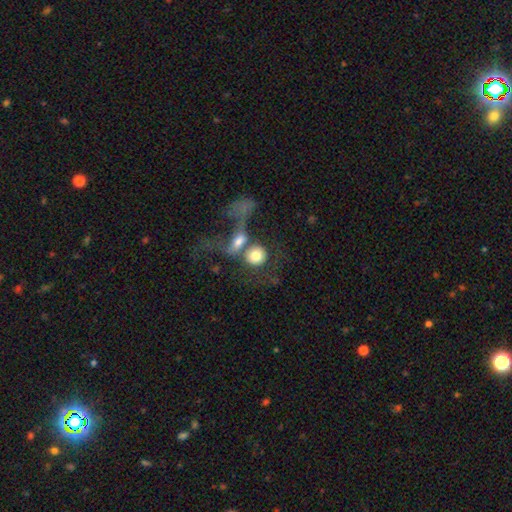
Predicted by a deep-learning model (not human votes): This is likely a smooth galaxy (67%). How rounded: likely round (75%). Merging: likely merger (61%).